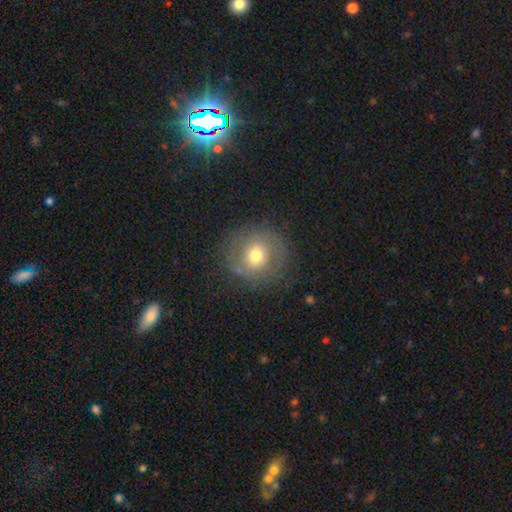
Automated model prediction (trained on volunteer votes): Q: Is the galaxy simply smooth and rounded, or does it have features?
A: smooth — 57%.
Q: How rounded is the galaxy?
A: round — 88%.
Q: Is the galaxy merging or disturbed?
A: none — 77%.